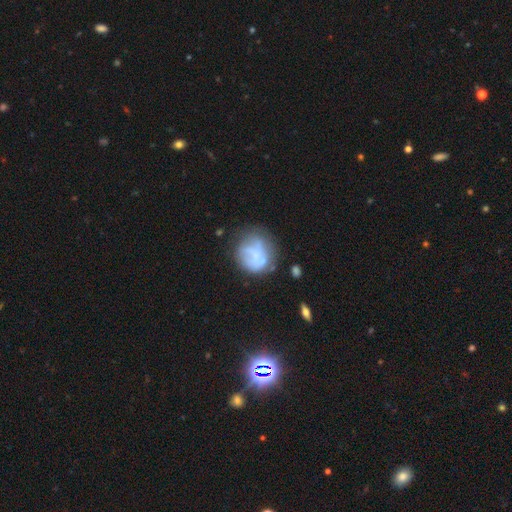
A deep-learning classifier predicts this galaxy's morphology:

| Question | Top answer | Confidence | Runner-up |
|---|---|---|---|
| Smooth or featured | smooth | 50% | featured or disk (40%) |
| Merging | none | 47% | minor disturbance (25%) |